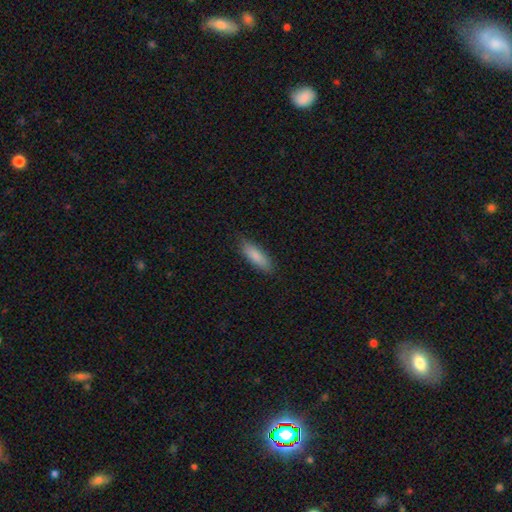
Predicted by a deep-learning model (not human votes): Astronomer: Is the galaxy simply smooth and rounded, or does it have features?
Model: smooth — 85%.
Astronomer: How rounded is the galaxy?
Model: cigar-shaped — 51% (runner-up: in between, 47%).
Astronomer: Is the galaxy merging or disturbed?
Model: none — 86%.